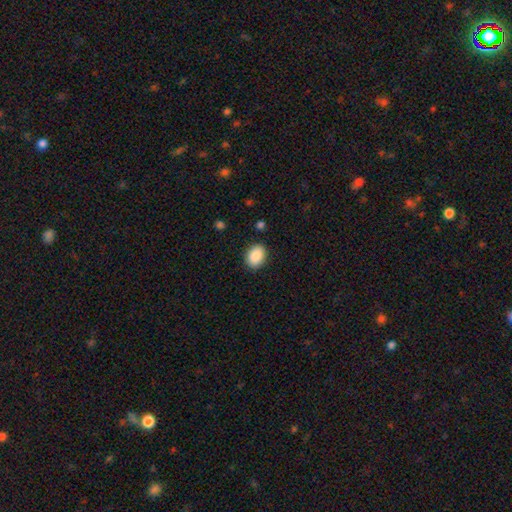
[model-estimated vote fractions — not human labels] This is clearly a smooth galaxy (89%). How rounded: likely in between (71%). Merging: clearly none (88%).